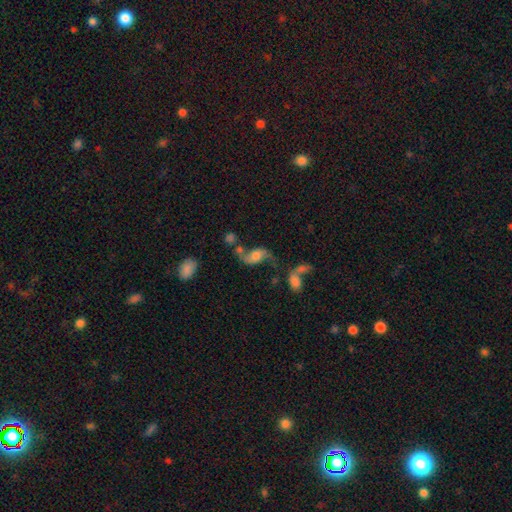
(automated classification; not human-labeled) smooth-or-featured: featured or disk: 70% | smooth: 20% | star or artifact: 9%
  disk-edge-on: no: 95% | yes: 5%
    bar: no: 62% | weak: 30% | strong: 8%
    has-spiral-arms: yes: 90% | no: 10%
      spiral-winding: loose: 84% | medium: 13% | tight: 3%
      spiral-arm-count: 2: 90% | 1: 5% | can't tell: 3% | 3: 1% | 4: 1% | more than 4: 1%
    bulge-size: moderate: 39% | large: 28% | small: 18% | none: 11% | dominant: 4%
  merging: none: 41% | merger: 25% | minor disturbance: 17% | major disturbance: 16%